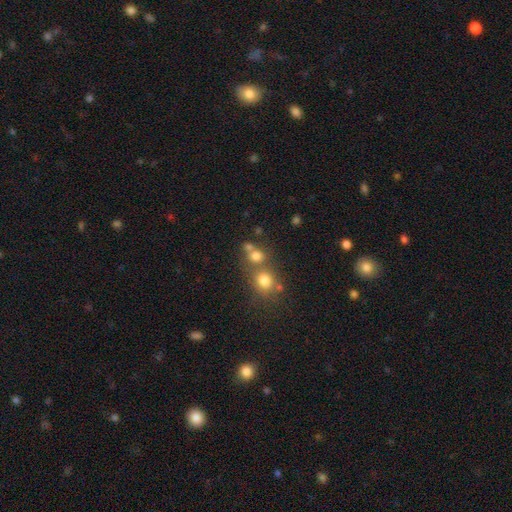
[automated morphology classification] This is likely a smooth galaxy (73%). How rounded: likely round (79%). Merging: possibly none (47%).